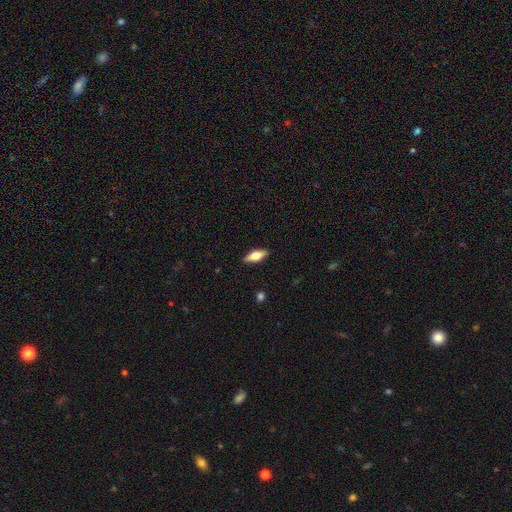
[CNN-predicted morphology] A smooth galaxy with no disk features (60%) that is in between round and cigar-shaped (69%).

Vote fractions:
- Smooth or featured? smooth: 60% / featured or disk: 34% / star or artifact: 6%
- How rounded? in between: 69% / cigar-shaped: 28% / round: 3%
- Merging? none: 89% / minor disturbance: 8% / major disturbance: 2% / merger: 1%